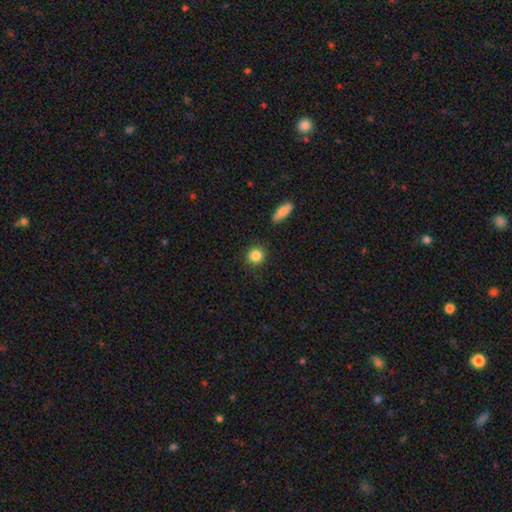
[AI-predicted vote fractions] This is clearly a smooth galaxy (85%). How rounded: clearly round (90%). Merging: clearly none (89%).